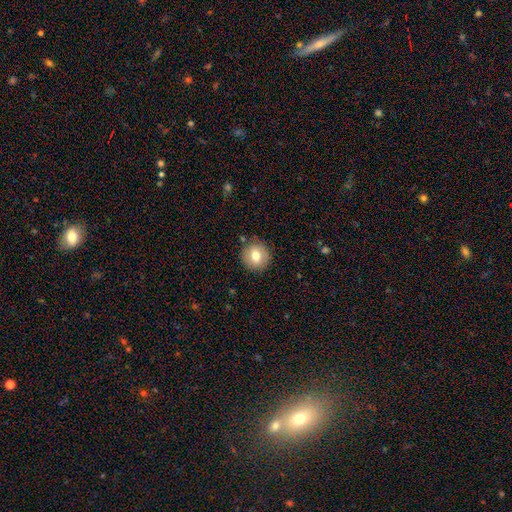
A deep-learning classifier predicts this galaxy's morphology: Smooth or featured: smooth — 74% (featured or disk — 16%)
How rounded: round — 92% (in between — 7%)
Merging: none — 88% (minor disturbance — 8%)